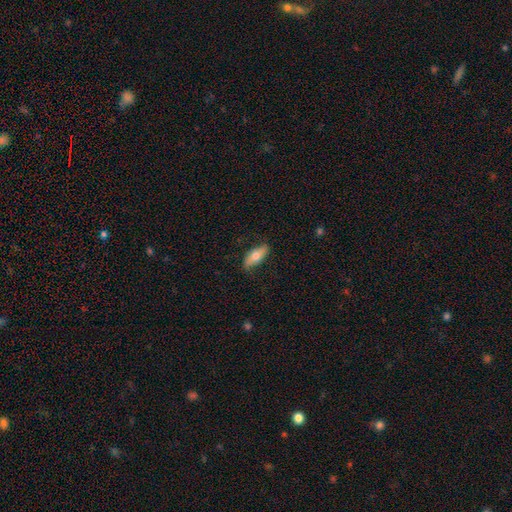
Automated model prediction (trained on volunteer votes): smooth_or_featured: smooth (p=0.60) [alt: featured or disk p=0.34]
how_rounded: in between (p=0.72) [alt: cigar-shaped p=0.24]
merging: none (p=0.76) [alt: minor disturbance p=0.19]